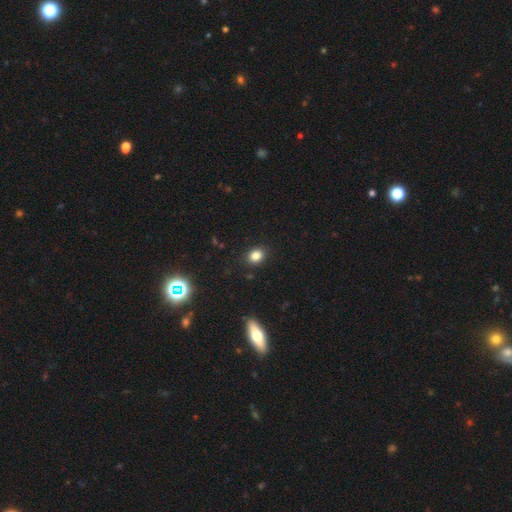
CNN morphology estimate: smooth_or_featured: smooth (p=0.83) [alt: star or artifact p=0.12]
how_rounded: round (p=0.51) [alt: in between p=0.48]
merging: none (p=0.88) [alt: minor disturbance p=0.08]